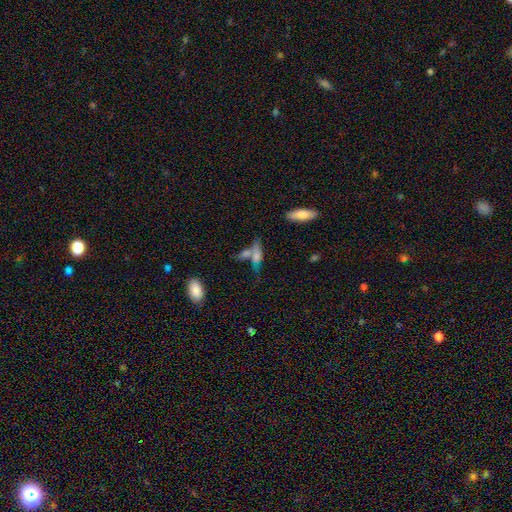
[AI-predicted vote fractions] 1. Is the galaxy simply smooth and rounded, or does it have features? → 45% smooth, 39% featured or disk, 16% star or artifact.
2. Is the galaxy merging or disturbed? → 49% none, 28% merger, 15% minor disturbance, 8% major disturbance.